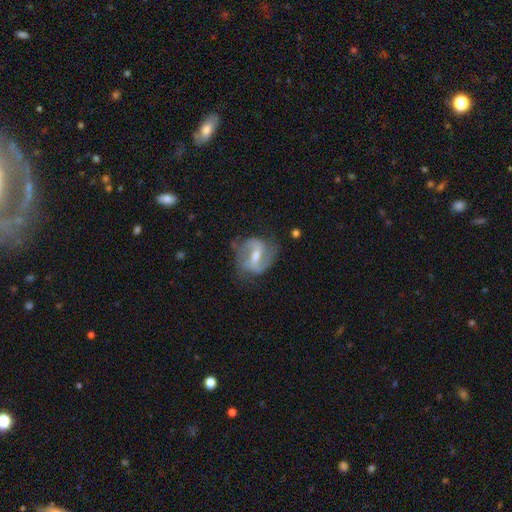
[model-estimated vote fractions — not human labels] Smooth or featured?
  - featured or disk: 79% *
  - smooth: 15%
  - star or artifact: 6%
Edge-on disk?
  - no: 96% *
  - yes: 4%
Bar?
  - strong: 47% *
  - weak: 42%
  - no: 11%
Spiral arms?
  - yes: 87% *
  - no: 13%
Spiral winding?
  - medium: 46% *
  - loose: 36%
  - tight: 18%
Spiral arm count?
  - 2: 85% *
  - can't tell: 8%
  - 1: 4%
  - 3: 2%
  - 4: 1%
  - more than 4: 1%
Bulge size?
  - moderate: 54% *
  - small: 39%
  - large: 3%
  - none: 3%
  - dominant: 1%
Merging?
  - none: 65% *
  - minor disturbance: 22%
  - major disturbance: 11%
  - merger: 2%